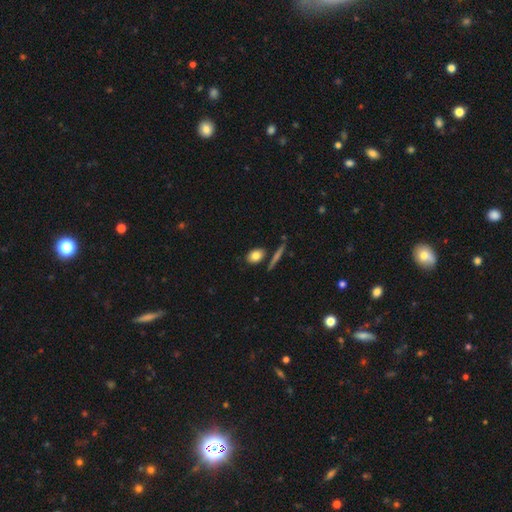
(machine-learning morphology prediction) Smooth or featured? Predicted: smooth (p=0.81). How rounded? Predicted: in between (p=0.66). Merging? Predicted: none (p=0.76).